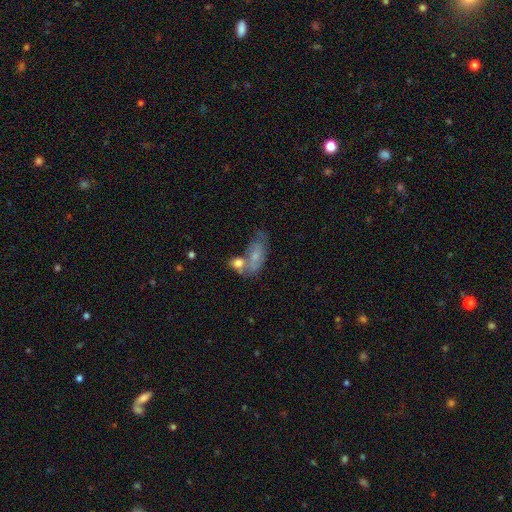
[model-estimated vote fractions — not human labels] Overall: smooth (56%; featured or disk 36%). How rounded: in between (85%). Merging: merger (42%; none 29%).